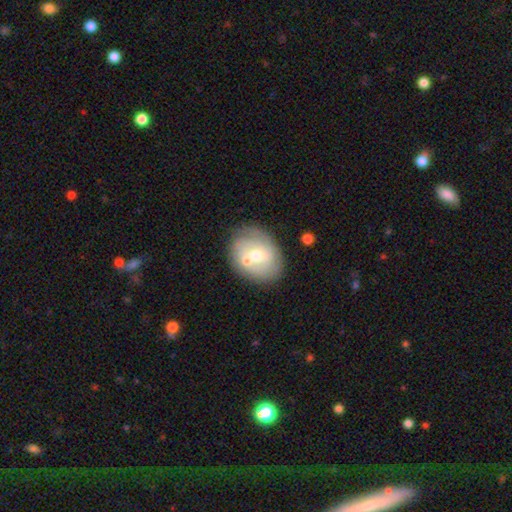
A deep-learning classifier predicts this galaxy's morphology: smooth_or_featured: featured or disk (p=0.47) [alt: smooth p=0.45]
merging: none (p=0.61) [alt: minor disturbance p=0.17]